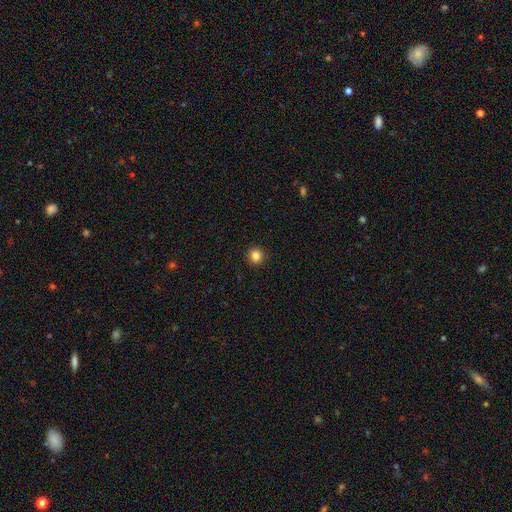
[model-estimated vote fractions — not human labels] Smooth or featured: smooth — 85% (star or artifact — 12%)
How rounded: round — 94% (in between — 5%)
Merging: none — 93% (minor disturbance — 5%)